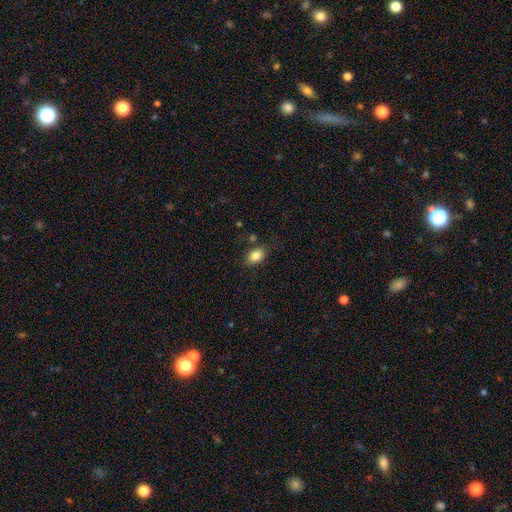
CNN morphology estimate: The model was most divided on "merging": none: 78%, minor disturbance: 14%, major disturbance: 4%, merger: 4%. More confident: smooth or featured — smooth (85%); how rounded — in between (84%).